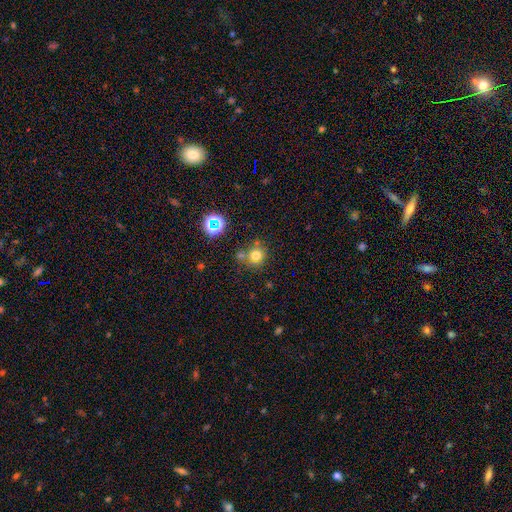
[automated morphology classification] Smooth or featured: smooth — 73% (star or artifact — 19%)
How rounded: round — 90% (in between — 9%)
Merging: none — 68% (merger — 18%)